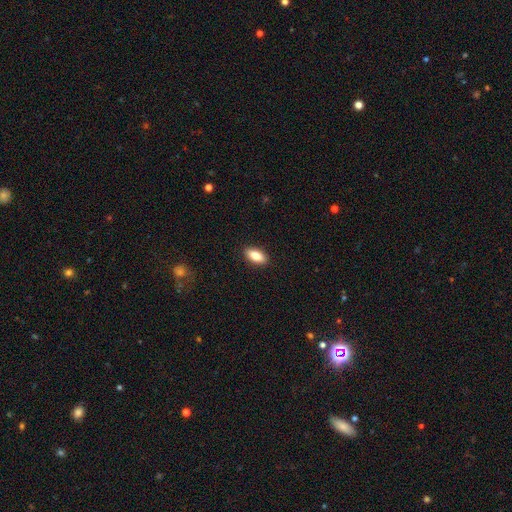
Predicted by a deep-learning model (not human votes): Smooth or featured? smooth (81%)
How rounded? in between (86%)
Merging? none (90%)